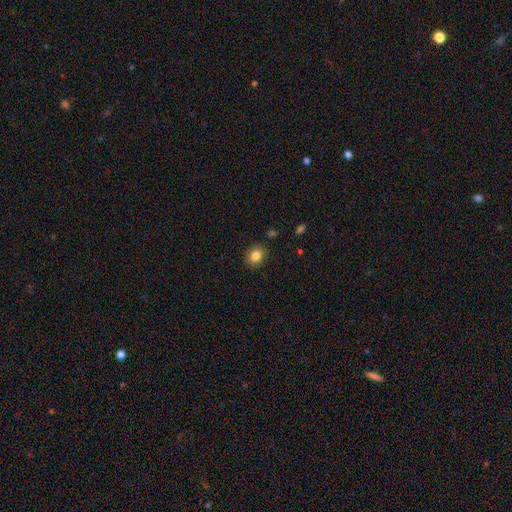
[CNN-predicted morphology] A smooth galaxy with no disk features (84%) that is round (61%).

Vote fractions:
- Smooth or featured? smooth: 84% / star or artifact: 10% / featured or disk: 6%
- How rounded? round: 61% / in between: 38% / cigar-shaped: 1%
- Merging? none: 87% / minor disturbance: 9% / major disturbance: 2% / merger: 2%